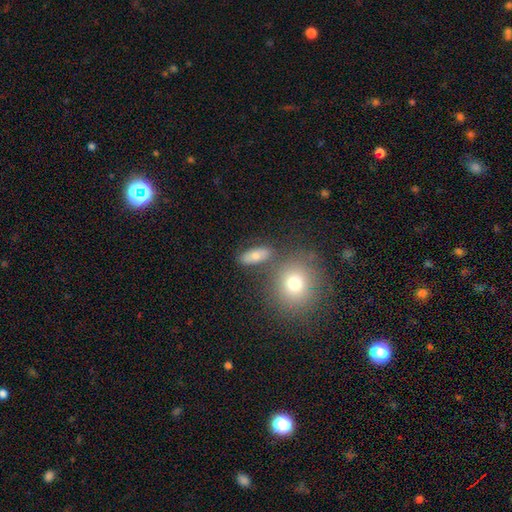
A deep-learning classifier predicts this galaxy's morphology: smooth 72%, featured or disk 16%, star or artifact 11%. Down the decision tree: how rounded — in between (72%); merging — none (73%).